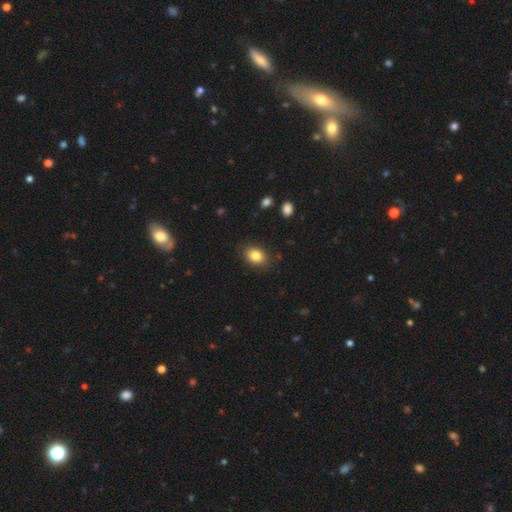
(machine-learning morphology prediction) type=smooth (84%); roundness=in between (74%); merging=none (86%).